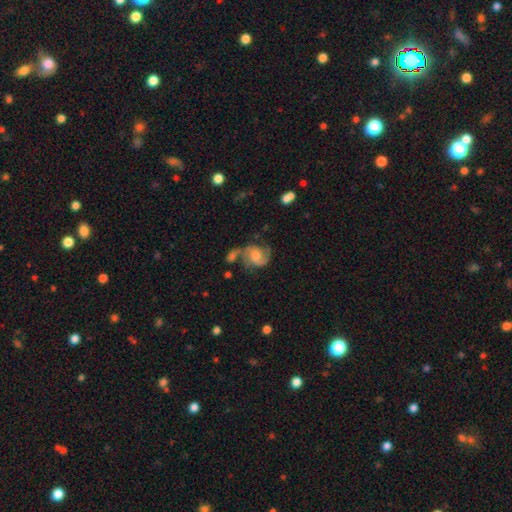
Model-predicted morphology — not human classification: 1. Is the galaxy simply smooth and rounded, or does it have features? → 81% featured or disk, 12% smooth, 7% star or artifact.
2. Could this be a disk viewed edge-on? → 98% no, 2% yes.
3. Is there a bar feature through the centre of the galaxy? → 61% no, 33% weak, 6% strong.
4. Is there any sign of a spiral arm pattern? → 96% yes, 4% no.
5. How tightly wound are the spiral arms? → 53% medium, 25% tight, 22% loose.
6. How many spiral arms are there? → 86% 2, 5% can't tell, 4% 3, 3% 1, 1% 4, 1% more than 4.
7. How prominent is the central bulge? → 51% moderate, 24% small, 15% large, 8% none, 2% dominant.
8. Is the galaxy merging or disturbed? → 56% none, 18% minor disturbance, 15% merger, 12% major disturbance.